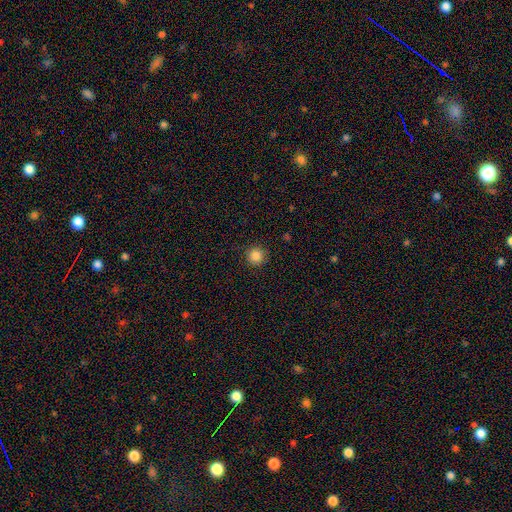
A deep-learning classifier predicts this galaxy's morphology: smooth-or-featured: smooth: 85% | star or artifact: 11% | featured or disk: 4%
  how-rounded: round: 95% | in between: 4% | cigar-shaped: 1%
  merging: none: 91% | minor disturbance: 6% | major disturbance: 2% | merger: 1%